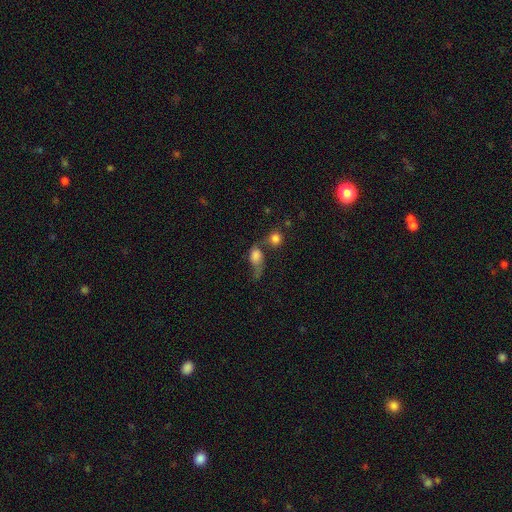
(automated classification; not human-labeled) Overall: smooth (62%; featured or disk 26%). How rounded: in between (64%; round 32%). Merging: merger (36%; major disturbance 27%).